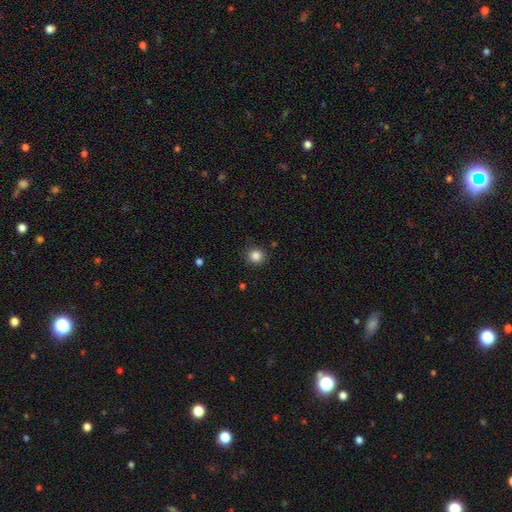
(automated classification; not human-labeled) Q: Smooth or featured?
A: smooth (85%); runner-up: star or artifact (11%)
Q: How rounded?
A: round (91%); runner-up: in between (8%)
Q: Merging?
A: none (88%); runner-up: minor disturbance (8%)